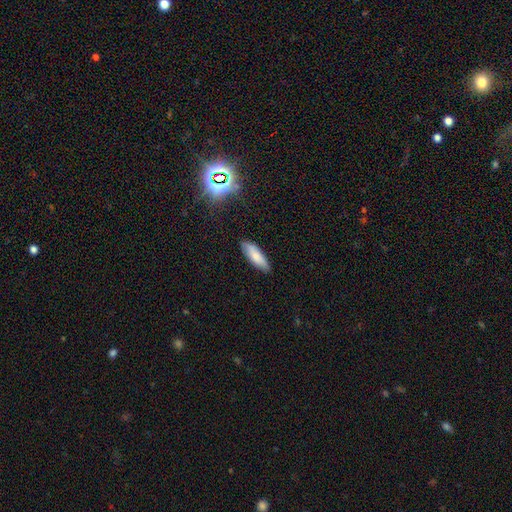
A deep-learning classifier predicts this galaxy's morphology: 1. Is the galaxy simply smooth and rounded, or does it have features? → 80% smooth, 12% featured or disk, 8% star or artifact.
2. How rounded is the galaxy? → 53% in between, 46% cigar-shaped, 2% round.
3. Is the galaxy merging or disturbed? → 83% none, 14% minor disturbance, 2% major disturbance, 1% merger.